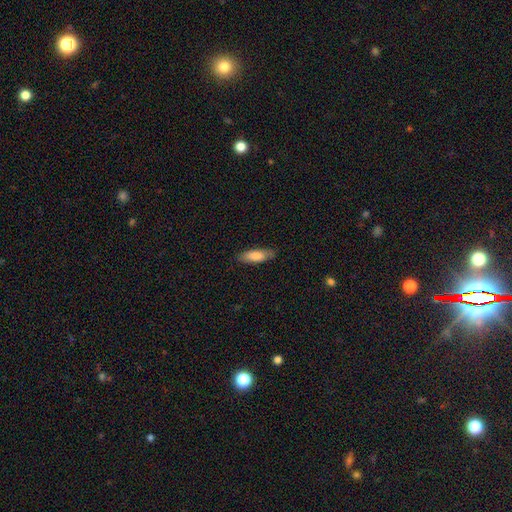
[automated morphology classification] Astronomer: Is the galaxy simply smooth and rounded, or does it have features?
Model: smooth — 81%.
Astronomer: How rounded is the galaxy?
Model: in between — 57% (runner-up: cigar-shaped, 42%).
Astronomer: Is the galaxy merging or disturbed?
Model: none — 82%.